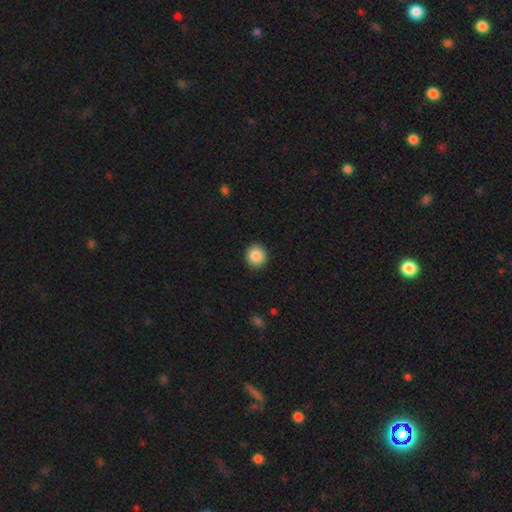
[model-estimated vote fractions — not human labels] Morphology: type=smooth (87%); roundness=round (90%); merging=none (92%).